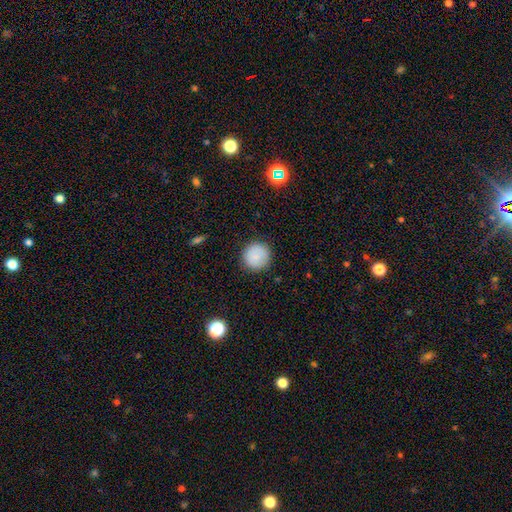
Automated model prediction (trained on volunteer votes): Smooth or featured? Predicted: smooth (p=0.86). How rounded? Predicted: round (p=0.94). Merging? Predicted: none (p=0.89).